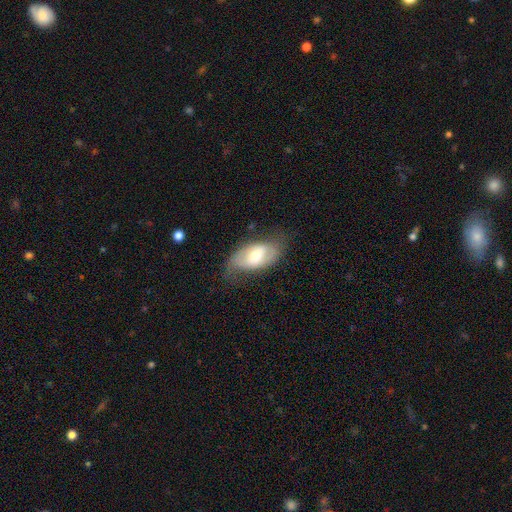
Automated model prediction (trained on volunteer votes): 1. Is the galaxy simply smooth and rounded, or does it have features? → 53% featured or disk, 41% smooth, 6% star or artifact.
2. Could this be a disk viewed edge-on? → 90% no, 10% yes.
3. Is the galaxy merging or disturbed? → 61% none, 26% minor disturbance, 12% major disturbance, 1% merger.